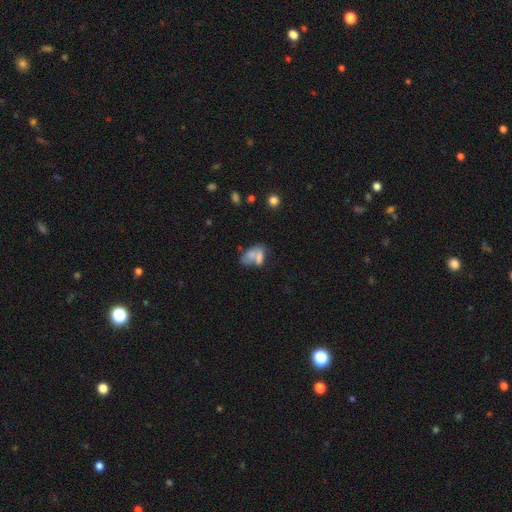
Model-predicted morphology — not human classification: The model was most divided on "merging": merger: 53%, none: 23%, minor disturbance: 13%, major disturbance: 11%. More confident: how rounded — in between (85%); smooth or featured — smooth (62%).